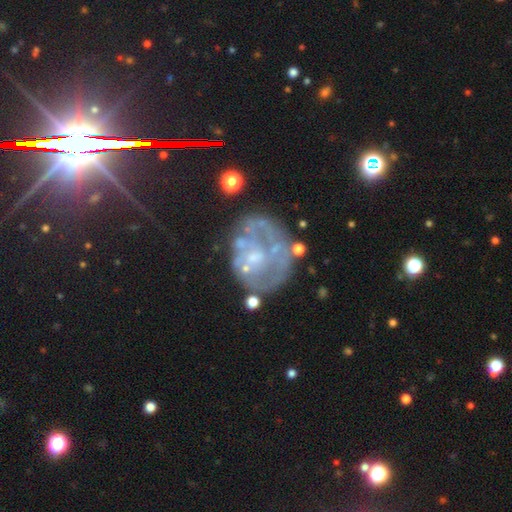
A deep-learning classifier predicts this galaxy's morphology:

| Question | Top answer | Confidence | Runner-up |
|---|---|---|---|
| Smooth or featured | featured or disk | 70% | smooth (18%) |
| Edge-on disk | no | 98% | yes (2%) |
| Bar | no | 84% | weak (13%) |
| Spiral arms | no | 70% | yes (30%) |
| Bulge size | none | 39% | small (37%) |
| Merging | none | 48% | major disturbance (23%) |